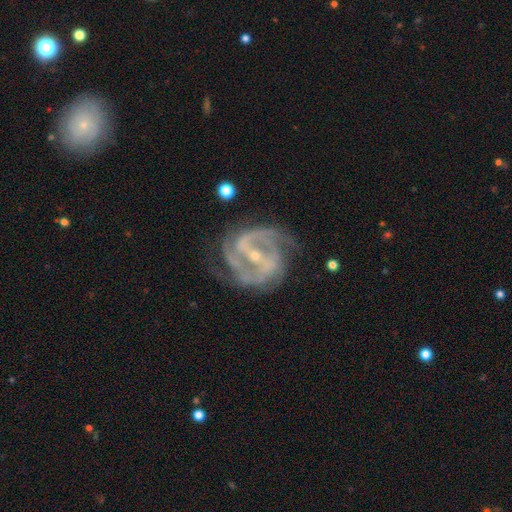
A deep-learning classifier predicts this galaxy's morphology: smooth_or_featured: featured or disk (p=0.91) [alt: star or artifact p=0.05]
disk_edge_on: no (p=0.97) [alt: yes p=0.03]
bar: strong (p=0.55) [alt: weak p=0.31]
has_spiral_arms: yes (p=0.98) [alt: no p=0.02]
spiral_winding: medium (p=0.51) [alt: tight p=0.38]
spiral_arm_count: 2 (p=0.64) [alt: 3 p=0.17]
bulge_size: small (p=0.70) [alt: moderate p=0.26]
merging: none (p=0.69) [alt: minor disturbance p=0.18]